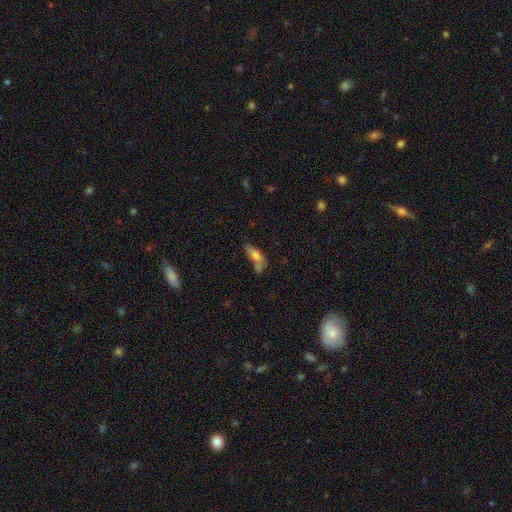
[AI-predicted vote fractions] The model was most divided on "merging": none: 33%, merger: 31%, minor disturbance: 21%, major disturbance: 15%. More confident: smooth or featured — smooth (70%); how rounded — in between (65%).